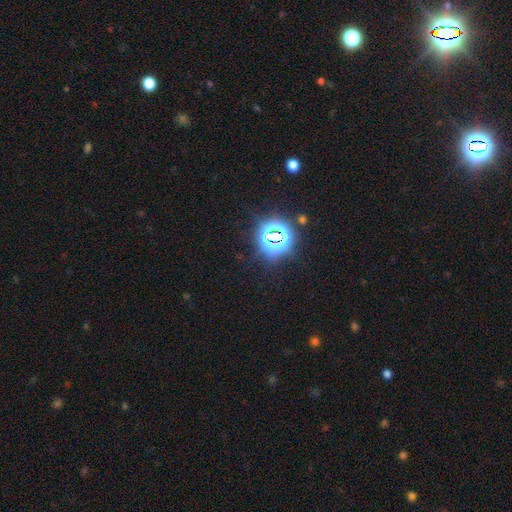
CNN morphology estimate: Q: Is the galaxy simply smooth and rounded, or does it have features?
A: star or artifact — 82%.